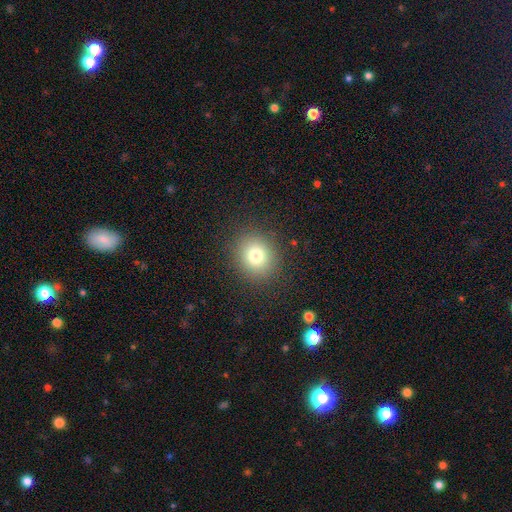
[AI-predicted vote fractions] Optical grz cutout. It shows a smooth galaxy with no disk features (78%) that is round (83%). Merging: none (89%).